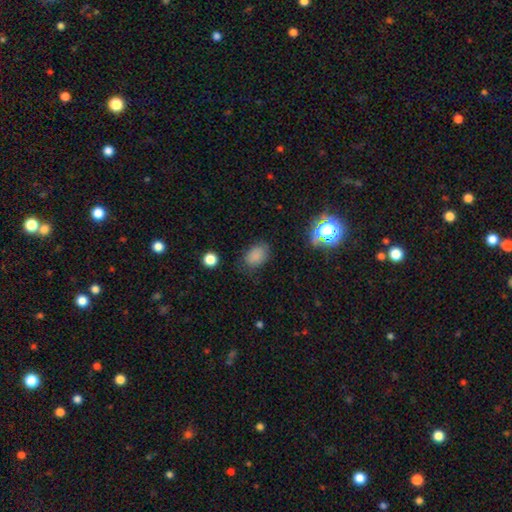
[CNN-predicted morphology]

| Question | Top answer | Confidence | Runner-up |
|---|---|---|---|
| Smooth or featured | smooth | 81% | star or artifact (14%) |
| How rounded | in between | 79% | round (20%) |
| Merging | none | 73% | minor disturbance (19%) |